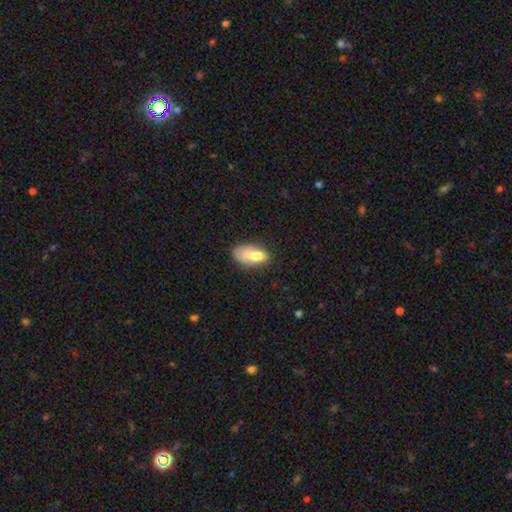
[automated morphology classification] Smooth or featured? smooth (71%)
How rounded? in between (88%)
Merging? none (38%)